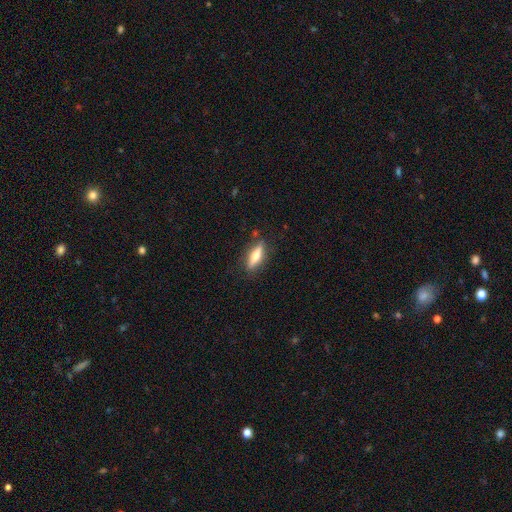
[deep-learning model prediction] smooth_or_featured: smooth (p=0.51) [alt: featured or disk p=0.42]
how_rounded: cigar-shaped (p=0.62) [alt: in between p=0.35]
merging: none (p=0.83) [alt: minor disturbance p=0.12]